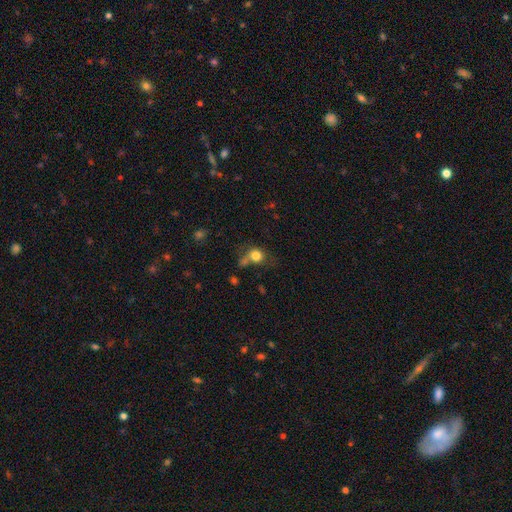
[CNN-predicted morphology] Smooth or featured? Predicted: smooth (p=0.79). How rounded? Predicted: round (p=0.74). Merging? Predicted: none (p=0.43).